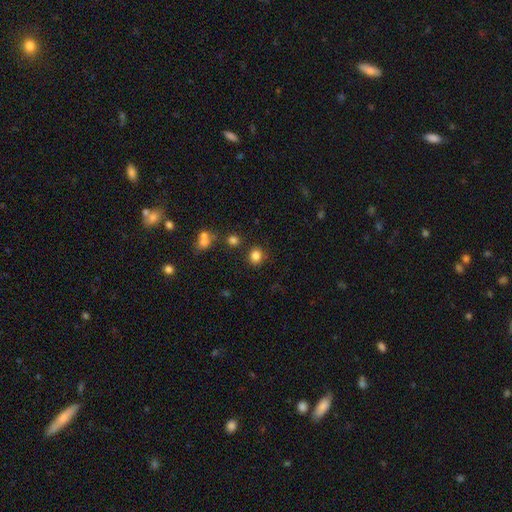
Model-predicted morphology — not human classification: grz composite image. It shows a smooth galaxy with no disk features (83%) that is round (80%). Merging: none (84%).